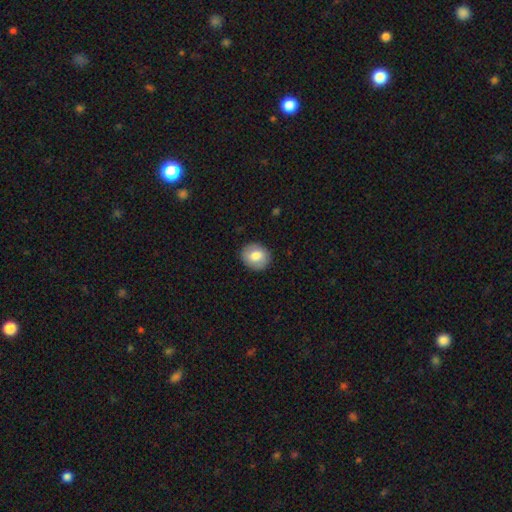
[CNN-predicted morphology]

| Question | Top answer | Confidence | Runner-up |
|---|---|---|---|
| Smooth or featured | smooth | 78% | featured or disk (15%) |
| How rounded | round | 76% | in between (23%) |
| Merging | none | 89% | minor disturbance (8%) |